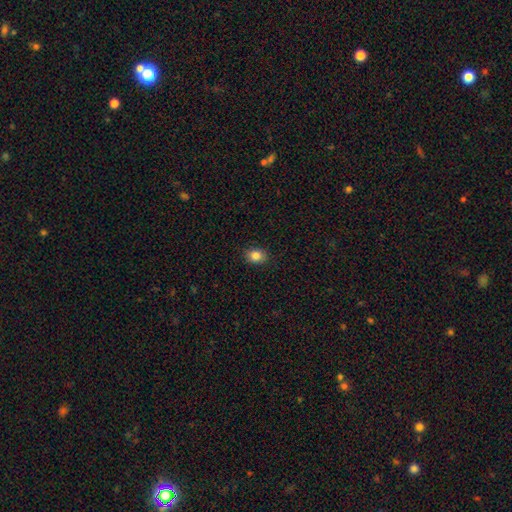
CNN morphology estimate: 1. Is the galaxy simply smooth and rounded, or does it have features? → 84% smooth, 10% star or artifact, 5% featured or disk.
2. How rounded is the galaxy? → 56% in between, 43% round, 1% cigar-shaped.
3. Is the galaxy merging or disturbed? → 89% none, 8% minor disturbance, 2% major disturbance, 1% merger.